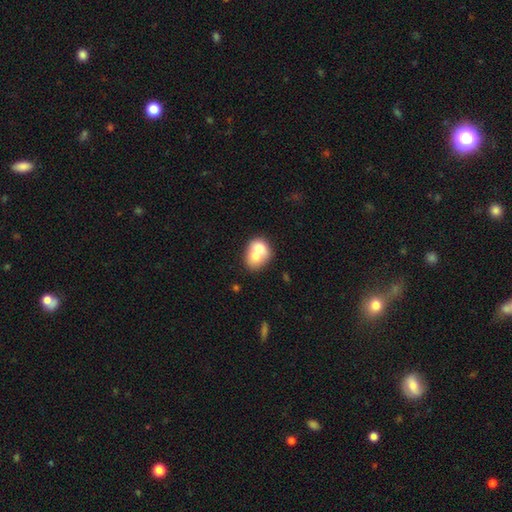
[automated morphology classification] This appears to be a smooth galaxy with no disk features (64%) that is round (57%). Merging: merger (68%).